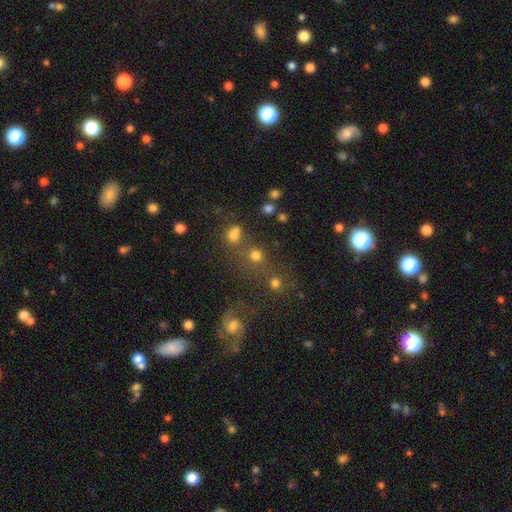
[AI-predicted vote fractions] This appears to be a smooth galaxy with no disk features (65%) that is round (81%). Merging: none (59%).